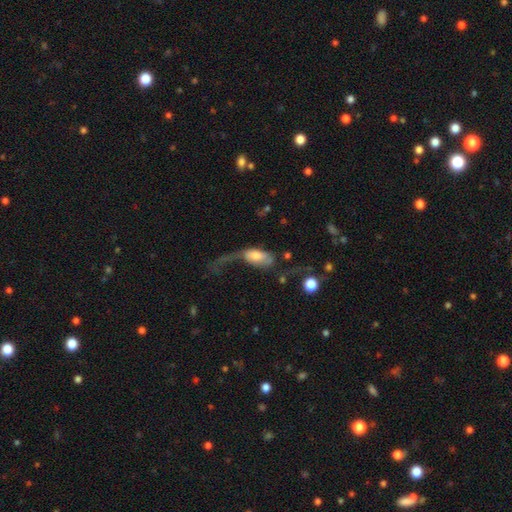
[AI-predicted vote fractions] smooth 56%, featured or disk 37%, star or artifact 7%. Down the decision tree: how rounded — in between (87%); merging — major disturbance (58%).